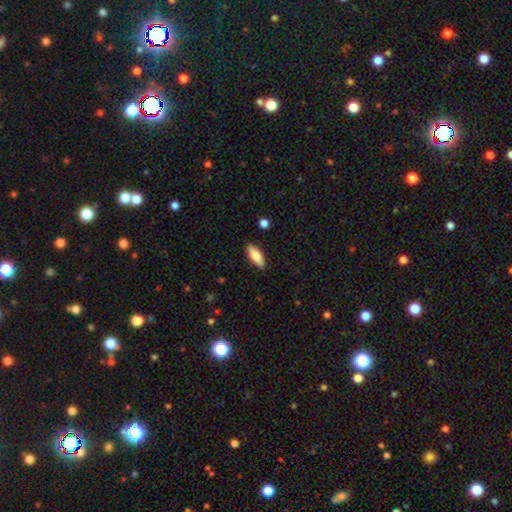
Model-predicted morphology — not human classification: Smooth or featured? smooth (86%)
How rounded? in between (77%)
Merging? none (87%)